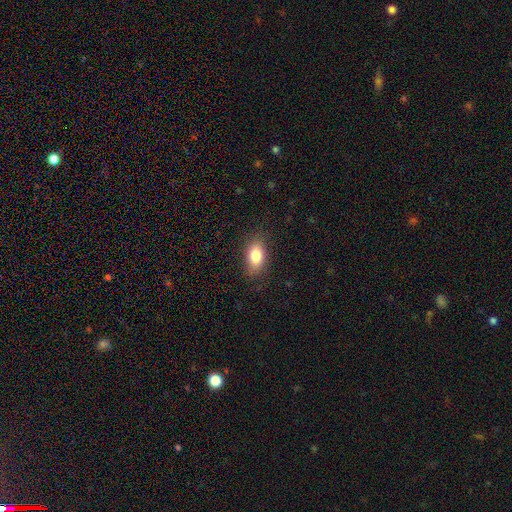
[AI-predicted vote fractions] Smooth or featured? smooth (82%)
How rounded? in between (89%)
Merging? none (83%)